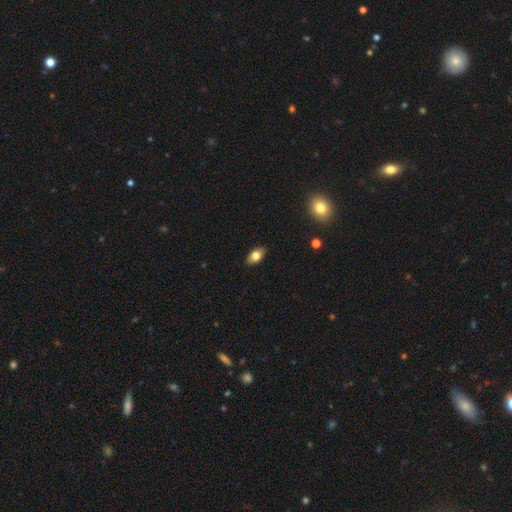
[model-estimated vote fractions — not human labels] A smooth galaxy with no disk features (76%) that is in between round and cigar-shaped (89%).

Vote fractions:
- Smooth or featured? smooth: 76% / featured or disk: 16% / star or artifact: 8%
- How rounded? in between: 89% / round: 7% / cigar-shaped: 4%
- Merging? none: 87% / minor disturbance: 10% / major disturbance: 2% / merger: 1%